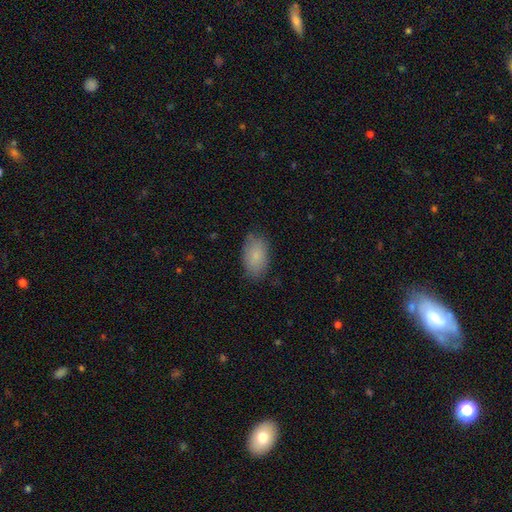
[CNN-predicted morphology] Q: Smooth or featured?
A: smooth (84%); runner-up: featured or disk (9%)
Q: How rounded?
A: in between (93%); runner-up: round (6%)
Q: Merging?
A: none (81%); runner-up: minor disturbance (14%)